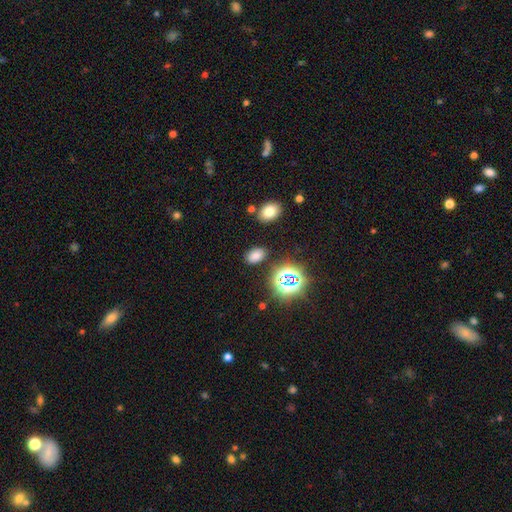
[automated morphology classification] type=smooth (70%); roundness=in between (86%); merging=none (83%).